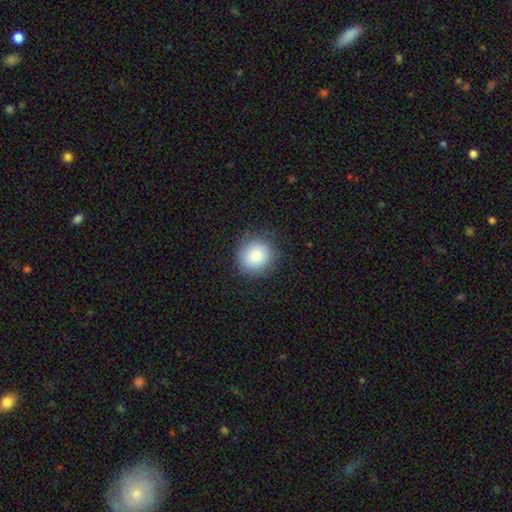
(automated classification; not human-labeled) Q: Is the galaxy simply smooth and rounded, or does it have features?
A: smooth — 86%.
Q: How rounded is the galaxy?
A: round — 90%.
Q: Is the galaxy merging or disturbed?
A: none — 85%.